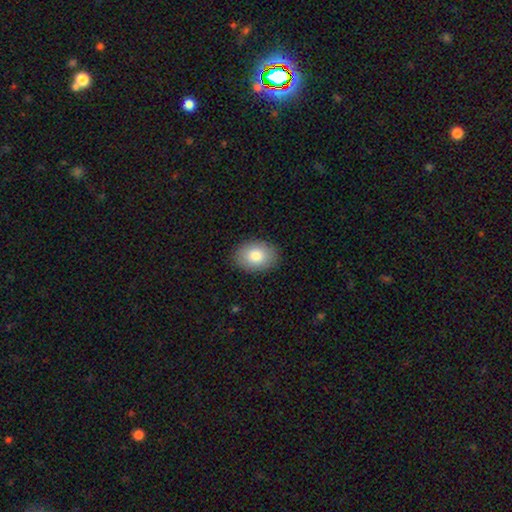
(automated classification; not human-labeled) Smooth or featured: smooth — 83% (featured or disk — 10%)
How rounded: in between — 74% (round — 25%)
Merging: none — 88% (minor disturbance — 9%)